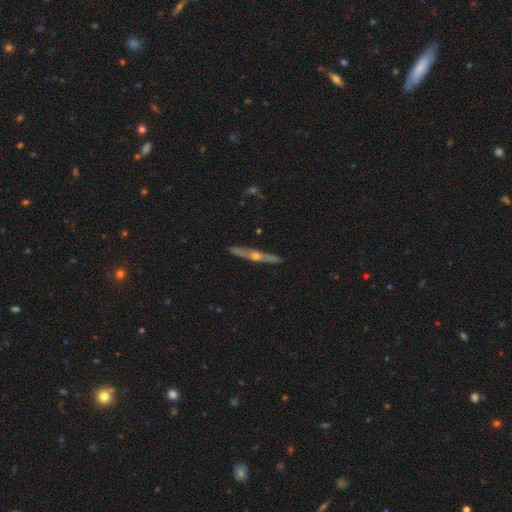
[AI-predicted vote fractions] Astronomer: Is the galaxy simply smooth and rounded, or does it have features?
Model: featured or disk — 76%.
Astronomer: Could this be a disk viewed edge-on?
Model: yes — 95%.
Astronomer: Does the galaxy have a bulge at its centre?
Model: rounded — 91%.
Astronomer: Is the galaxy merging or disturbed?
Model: none — 90%.